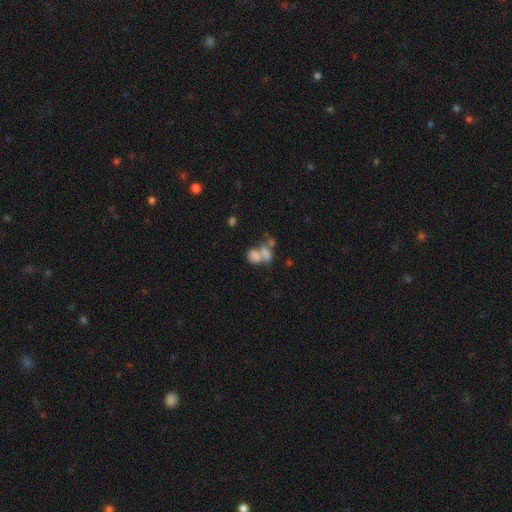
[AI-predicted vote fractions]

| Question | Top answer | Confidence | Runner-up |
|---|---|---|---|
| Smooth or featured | smooth | 67% | featured or disk (21%) |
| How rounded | in between | 72% | round (25%) |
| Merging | merger | 62% | none (19%) |